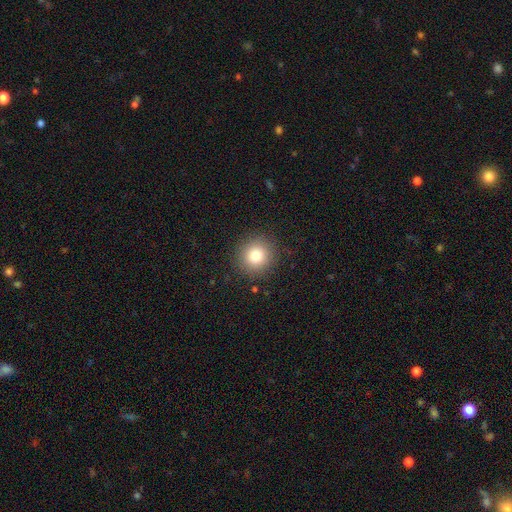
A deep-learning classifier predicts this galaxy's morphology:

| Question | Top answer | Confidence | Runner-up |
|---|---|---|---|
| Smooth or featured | smooth | 80% | star or artifact (11%) |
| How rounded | round | 93% | in between (6%) |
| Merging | none | 89% | minor disturbance (7%) |